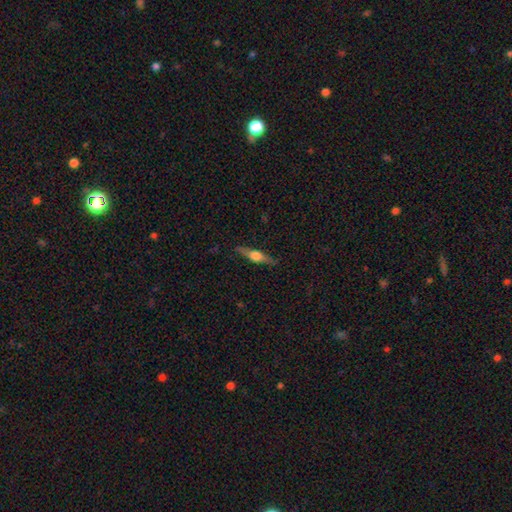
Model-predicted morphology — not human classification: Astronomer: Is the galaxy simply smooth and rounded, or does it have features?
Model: featured or disk — 68%.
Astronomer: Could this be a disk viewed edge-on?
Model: yes — 97%.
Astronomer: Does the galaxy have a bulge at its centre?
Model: rounded — 93%.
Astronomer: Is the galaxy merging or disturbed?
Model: none — 88%.